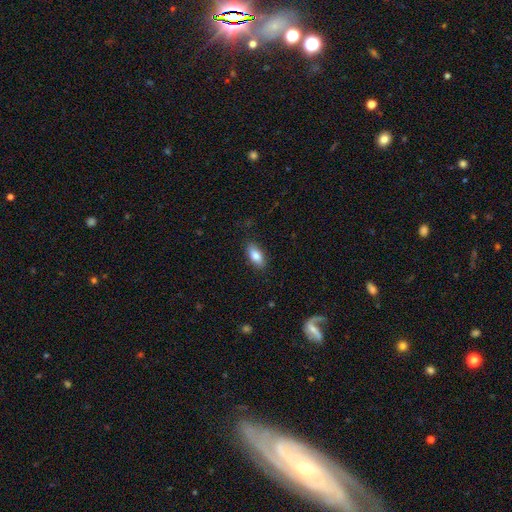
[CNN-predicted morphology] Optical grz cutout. It shows a smooth galaxy with no disk features (82%) that is in between round and cigar-shaped (87%). Merging: none (86%).